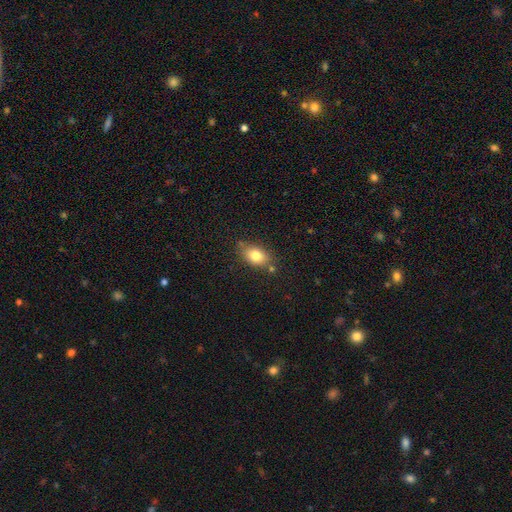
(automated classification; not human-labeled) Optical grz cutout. It shows a smooth galaxy with no disk features (80%) that is in between round and cigar-shaped (78%). Merging: none (74%).